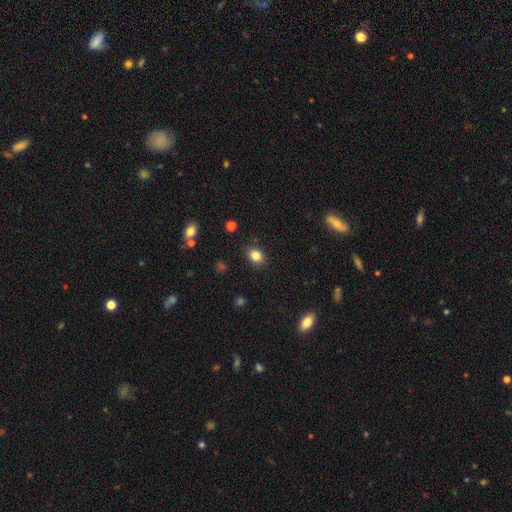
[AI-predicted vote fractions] This is clearly a smooth galaxy (83%). How rounded: possibly in between (55%). Merging: clearly none (88%).